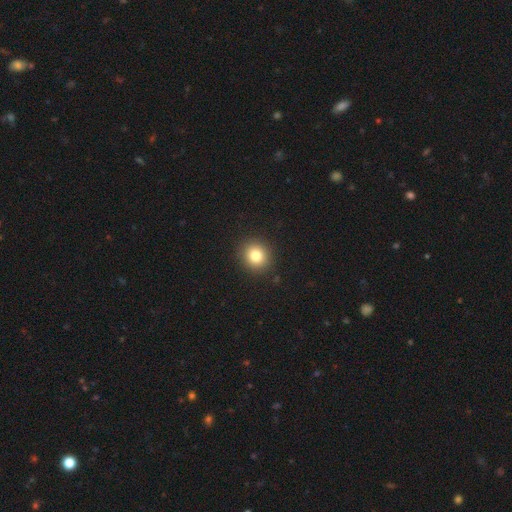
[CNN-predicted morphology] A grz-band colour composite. It shows a smooth galaxy with no disk features (81%) that is round (83%). Merging: none (91%).